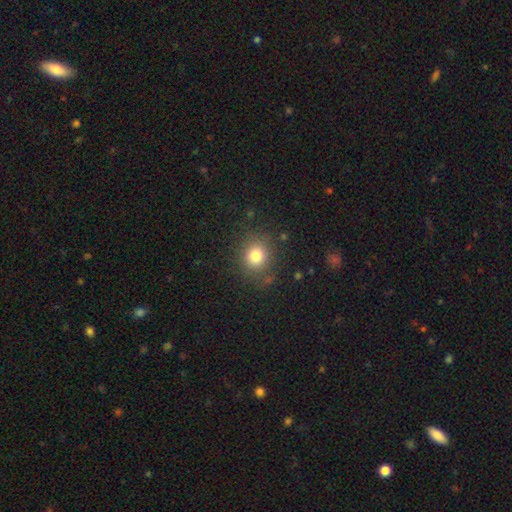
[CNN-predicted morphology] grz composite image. It shows a smooth galaxy with no disk features (79%) that is round (82%). Merging: none (83%).